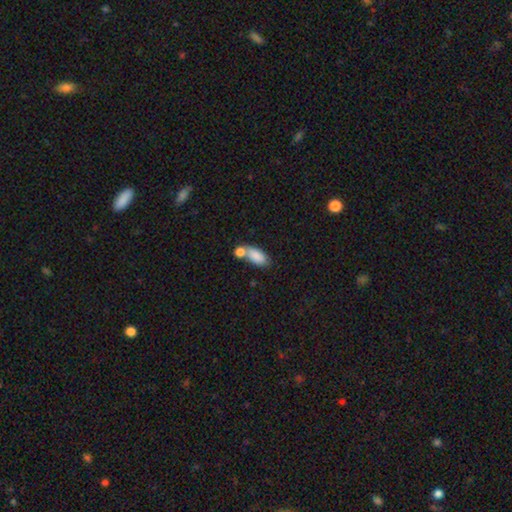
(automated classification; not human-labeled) The model was most divided on "merging": none: 42%, merger: 39%, minor disturbance: 14%, major disturbance: 5%. More confident: how rounded — in between (87%); smooth or featured — smooth (83%).